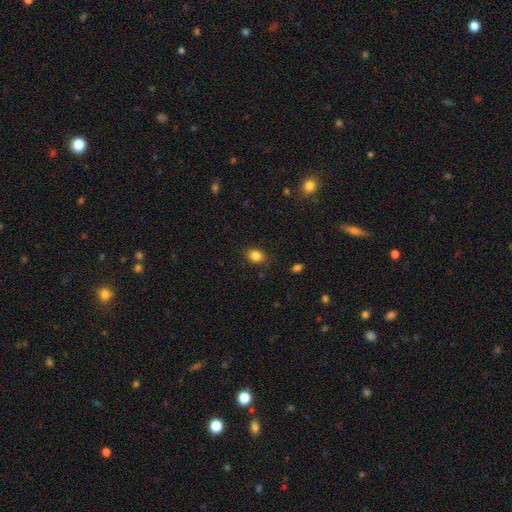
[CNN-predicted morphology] Overall: smooth (84%). How rounded: in between (65%; round 34%). Merging: none (83%).